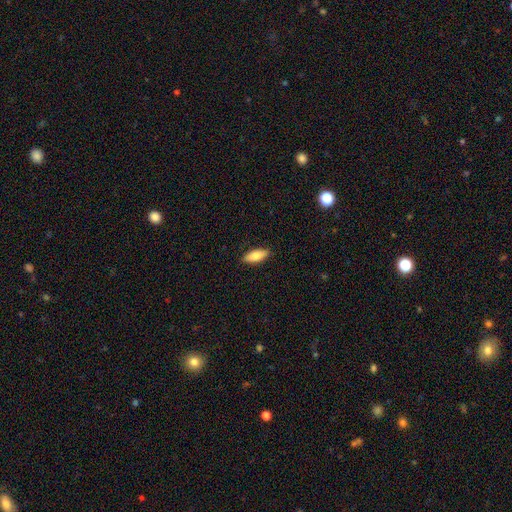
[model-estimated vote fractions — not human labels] A smooth galaxy with no disk features (79%) that is in between round and cigar-shaped (76%).

Vote fractions:
- Smooth or featured? smooth: 79% / featured or disk: 15% / star or artifact: 6%
- How rounded? in between: 76% / cigar-shaped: 21% / round: 2%
- Merging? none: 89% / minor disturbance: 9% / major disturbance: 2% / merger: 1%